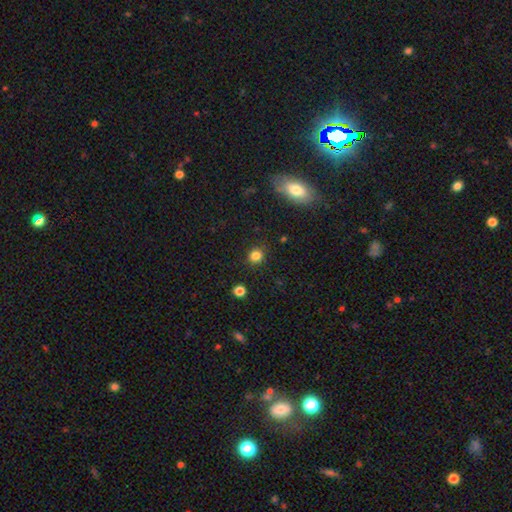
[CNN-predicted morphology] smooth_or_featured: smooth (p=0.82) [alt: star or artifact p=0.14]
how_rounded: round (p=0.87) [alt: in between p=0.12]
merging: none (p=0.89) [alt: minor disturbance p=0.07]